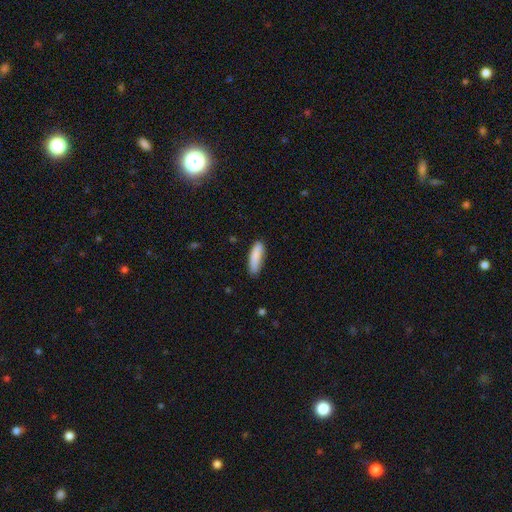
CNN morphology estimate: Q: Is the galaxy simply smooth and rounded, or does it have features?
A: smooth — 87%.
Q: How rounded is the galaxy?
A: cigar-shaped — 57%.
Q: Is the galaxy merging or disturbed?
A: none — 80%.